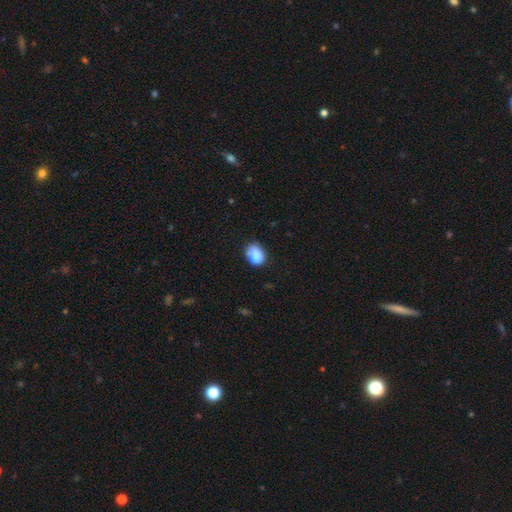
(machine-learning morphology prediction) This appears to be a smooth galaxy with no disk features (83%) that is in between round and cigar-shaped (65%). Merging: none (56%).